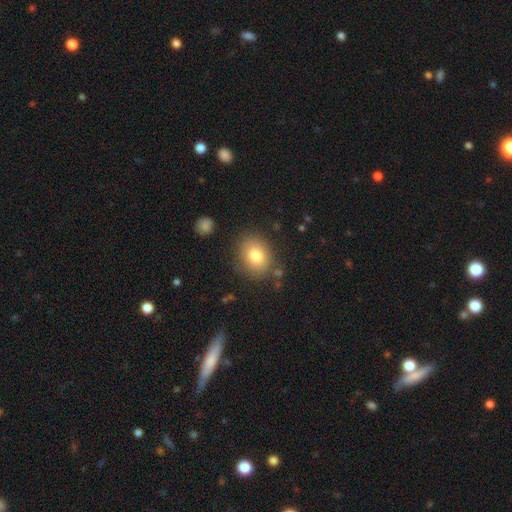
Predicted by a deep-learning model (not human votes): smooth_or_featured: smooth (p=0.79) [alt: featured or disk p=0.11]
how_rounded: round (p=0.61) [alt: in between p=0.38]
merging: none (p=0.82) [alt: minor disturbance p=0.11]